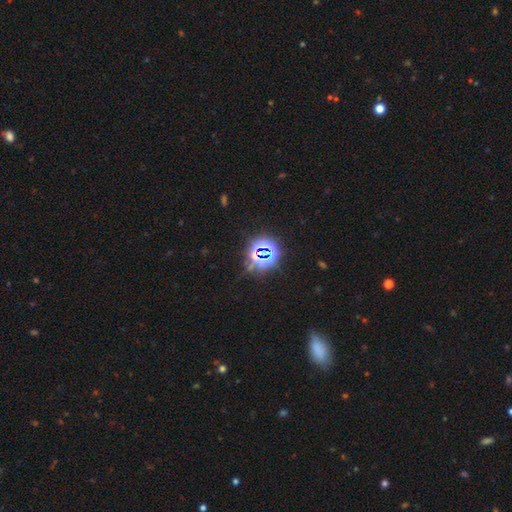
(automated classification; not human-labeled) The model was most divided on "smooth or featured": star or artifact: 77%, smooth: 15%, featured or disk: 8%.